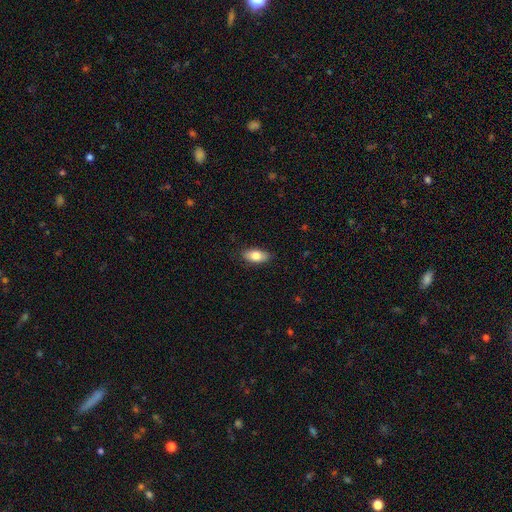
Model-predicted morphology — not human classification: Smooth or featured? smooth (81%)
How rounded? in between (89%)
Merging? none (85%)